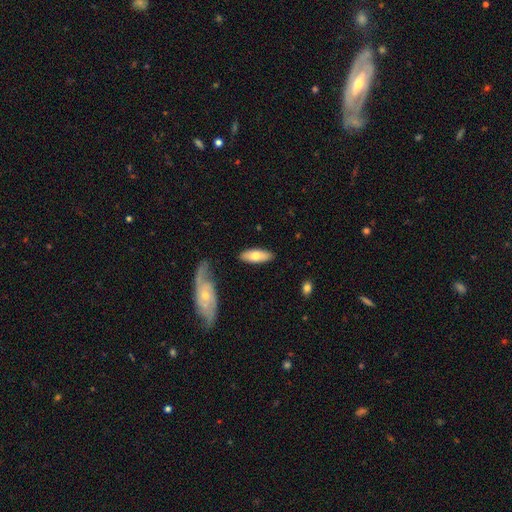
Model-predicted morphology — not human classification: A smooth galaxy with no disk features (67%) that is in between round and cigar-shaped (70%). Merging: none (81%).